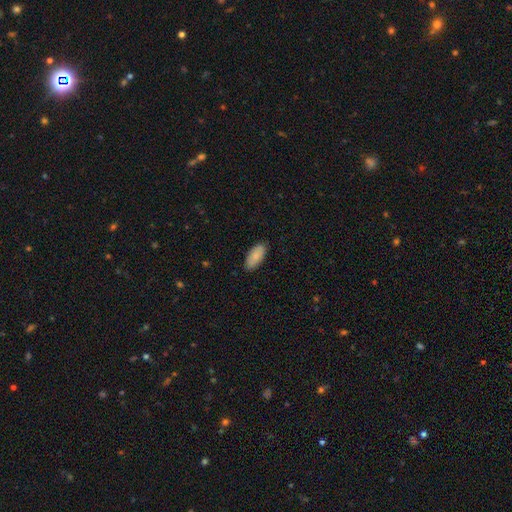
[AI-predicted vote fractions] A smooth galaxy with no disk features (87%) that is in between round and cigar-shaped (88%).

Vote fractions:
- Smooth or featured? smooth: 87% / featured or disk: 7% / star or artifact: 6%
- How rounded? in between: 88% / cigar-shaped: 10% / round: 2%
- Merging? none: 87% / minor disturbance: 10% / major disturbance: 2% / merger: 1%